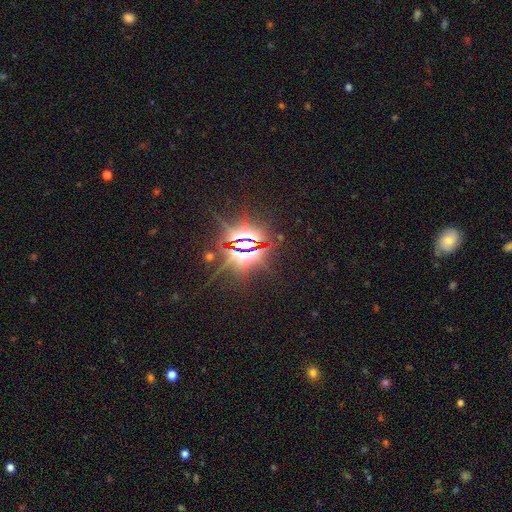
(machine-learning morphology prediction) The model was most divided on "smooth or featured": star or artifact: 84%, featured or disk: 9%, smooth: 7%.